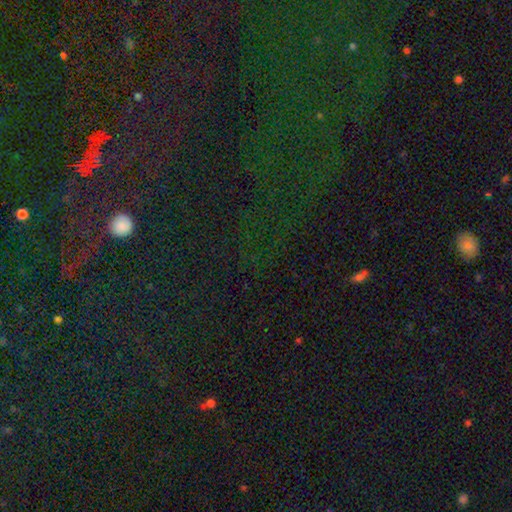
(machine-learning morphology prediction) Q: Smooth or featured?
A: star or artifact (77%); runner-up: smooth (14%)